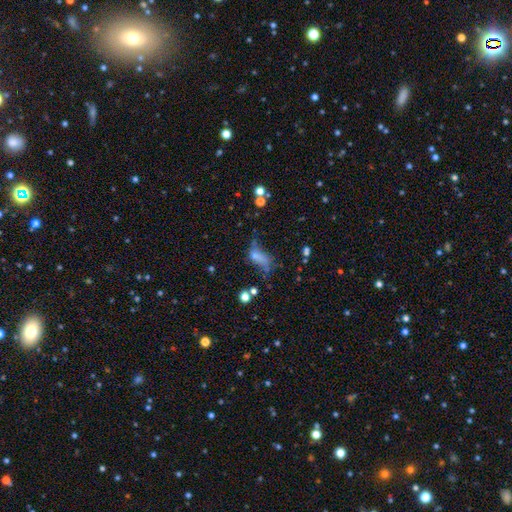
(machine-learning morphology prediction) smooth-or-featured: smooth: 53% | featured or disk: 26% | star or artifact: 21%
  how-rounded: in between: 77% | cigar-shaped: 15% | round: 9%
  merging: major disturbance: 39% | none: 26% | minor disturbance: 23% | merger: 12%